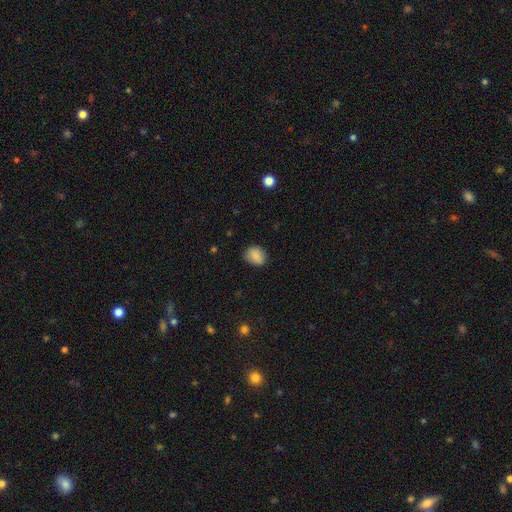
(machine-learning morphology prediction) A smooth galaxy with no disk features (83%) that is in between round and cigar-shaped (51%). Merging: none (81%).